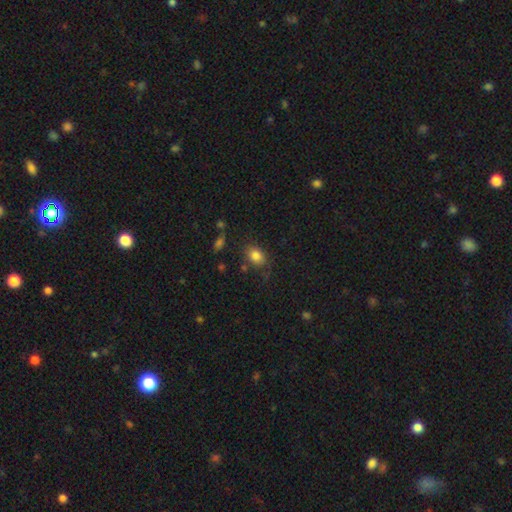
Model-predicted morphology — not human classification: Smooth or featured: smooth — 82% (star or artifact — 10%)
How rounded: in between — 71% (round — 27%)
Merging: none — 73% (minor disturbance — 17%)